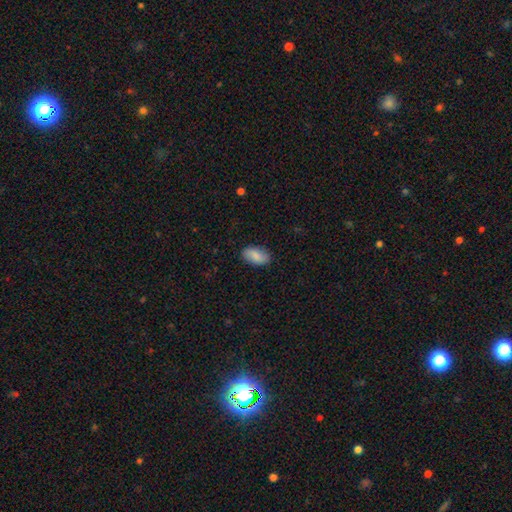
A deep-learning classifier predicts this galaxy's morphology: This appears to be a smooth galaxy with no disk features (83%) that is in between round and cigar-shaped (94%). Merging: none (85%).